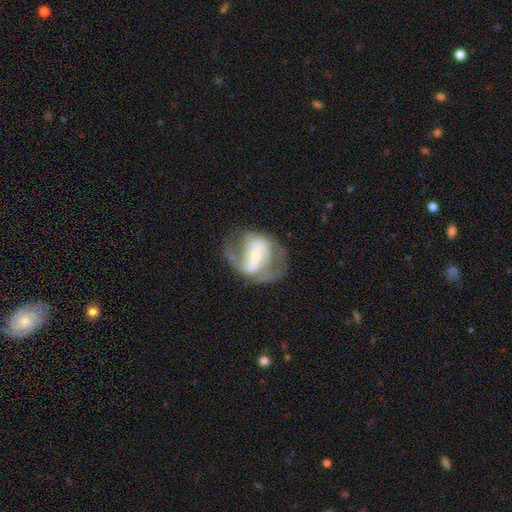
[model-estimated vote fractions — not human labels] Q: Smooth or featured?
A: featured or disk (80%); runner-up: smooth (13%)
Q: Edge-on disk?
A: no (97%); runner-up: yes (3%)
Q: Bar?
A: strong (42%); runner-up: weak (36%)
Q: Spiral arms?
A: yes (86%); runner-up: no (14%)
Q: Spiral winding?
A: medium (48%); runner-up: loose (33%)
Q: Spiral arm count?
A: 2 (78%); runner-up: can't tell (10%)
Q: Bulge size?
A: small (58%); runner-up: moderate (35%)
Q: Merging?
A: none (54%); runner-up: major disturbance (23%)